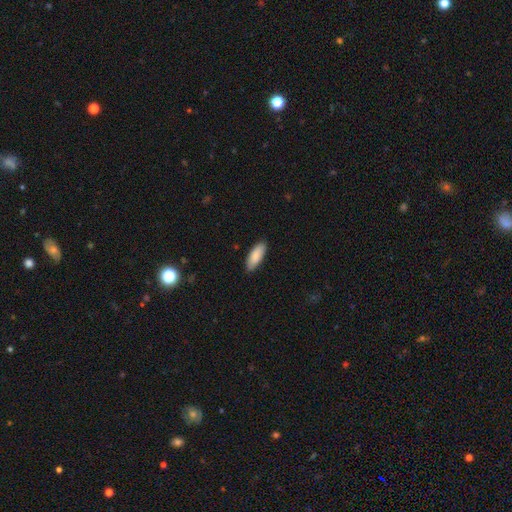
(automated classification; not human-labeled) smooth-or-featured: smooth: 88% | featured or disk: 7% | star or artifact: 5%
  how-rounded: in between: 75% | cigar-shaped: 23% | round: 2%
  merging: none: 86% | minor disturbance: 11% | major disturbance: 2% | merger: 1%